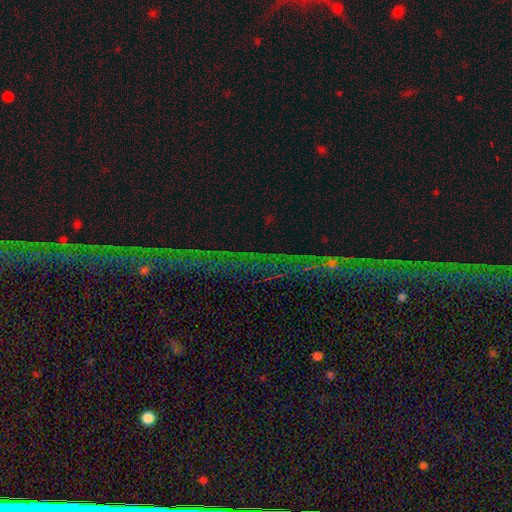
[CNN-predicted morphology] Smooth or featured: star or artifact — 79% (featured or disk — 13%)